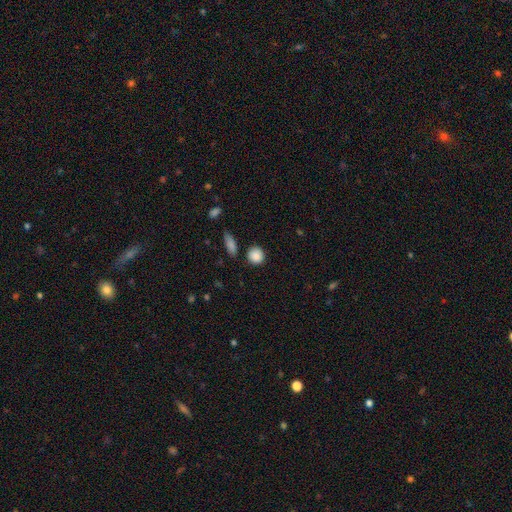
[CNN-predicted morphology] A smooth galaxy with no disk features (88%) that is round (84%).

Vote fractions:
- Smooth or featured? smooth: 88% / star or artifact: 8% / featured or disk: 4%
- How rounded? round: 84% / in between: 14% / cigar-shaped: 2%
- Merging? none: 83% / minor disturbance: 10% / merger: 4% / major disturbance: 3%